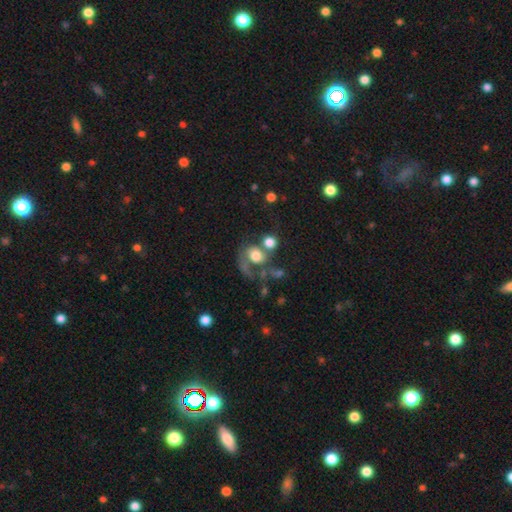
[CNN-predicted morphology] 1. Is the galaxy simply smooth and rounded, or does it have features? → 58% smooth, 31% featured or disk, 10% star or artifact.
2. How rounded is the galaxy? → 67% round, 32% in between, 1% cigar-shaped.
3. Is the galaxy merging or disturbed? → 41% merger, 26% major disturbance, 23% none, 11% minor disturbance.